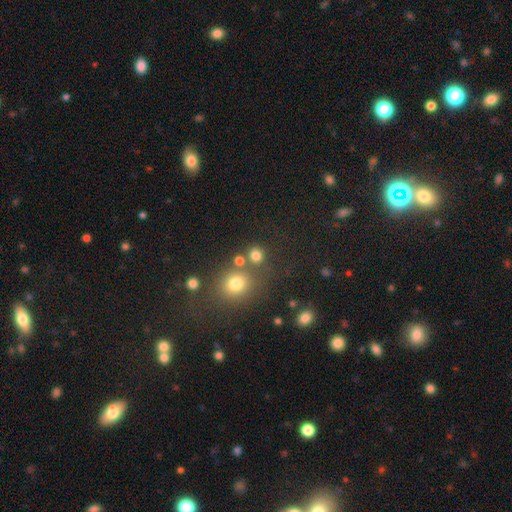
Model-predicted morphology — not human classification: smooth_or_featured: smooth (p=0.76) [alt: star or artifact p=0.18]
how_rounded: round (p=0.87) [alt: in between p=0.12]
merging: none (p=0.74) [alt: merger p=0.14]